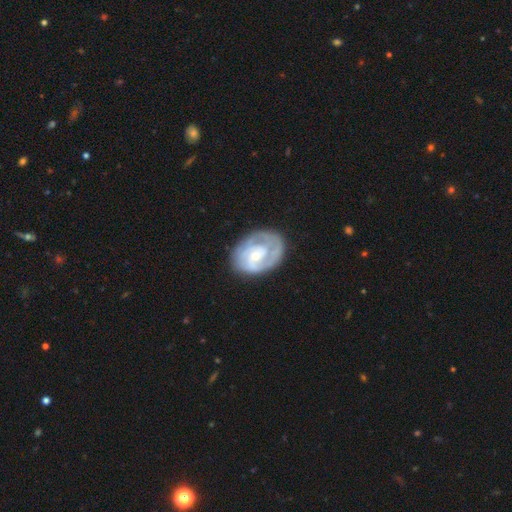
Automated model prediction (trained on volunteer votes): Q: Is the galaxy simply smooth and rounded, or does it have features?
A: featured or disk — 77%.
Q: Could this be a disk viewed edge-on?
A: no — 97%.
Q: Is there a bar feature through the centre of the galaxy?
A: no — 65%.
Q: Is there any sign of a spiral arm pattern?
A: yes — 86%.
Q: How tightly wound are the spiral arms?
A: tight — 60%.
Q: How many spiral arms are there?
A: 2 — 37%.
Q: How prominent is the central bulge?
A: small — 60%.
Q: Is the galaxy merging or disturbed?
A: none — 65%.